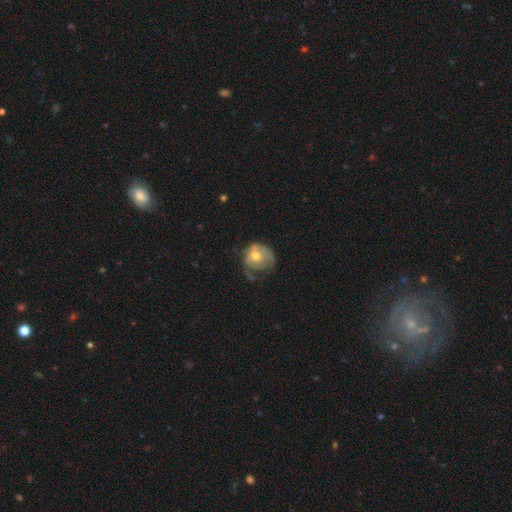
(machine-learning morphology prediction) Overall: smooth (51%; featured or disk 42%). How rounded: round (71%). Merging: major disturbance (37%; none 30%).